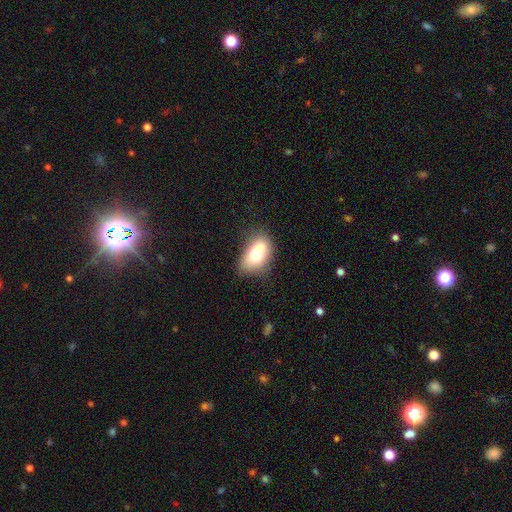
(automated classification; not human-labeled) Smooth or featured: smooth — 64% (featured or disk — 28%)
How rounded: in between — 81% (round — 17%)
Merging: merger — 44% (none — 29%)